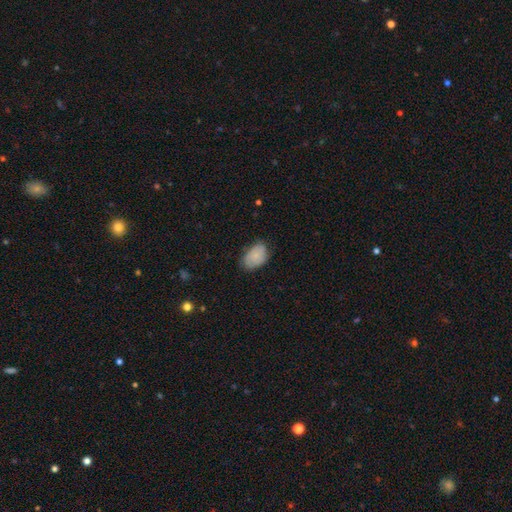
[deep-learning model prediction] Q: Smooth or featured?
A: smooth (78%); runner-up: featured or disk (16%)
Q: How rounded?
A: in between (88%); runner-up: round (10%)
Q: Merging?
A: none (65%); runner-up: minor disturbance (29%)